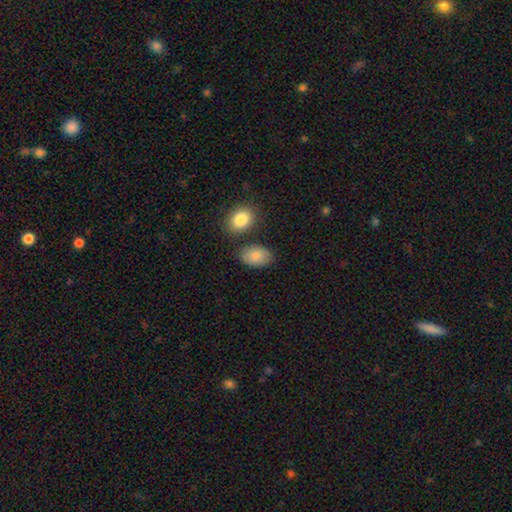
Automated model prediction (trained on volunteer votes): A smooth galaxy with no disk features (85%) that is in between round and cigar-shaped (89%).

Vote fractions:
- Smooth or featured? smooth: 85% / featured or disk: 8% / star or artifact: 7%
- How rounded? in between: 89% / round: 10% / cigar-shaped: 1%
- Merging? none: 75% / minor disturbance: 13% / merger: 8% / major disturbance: 3%